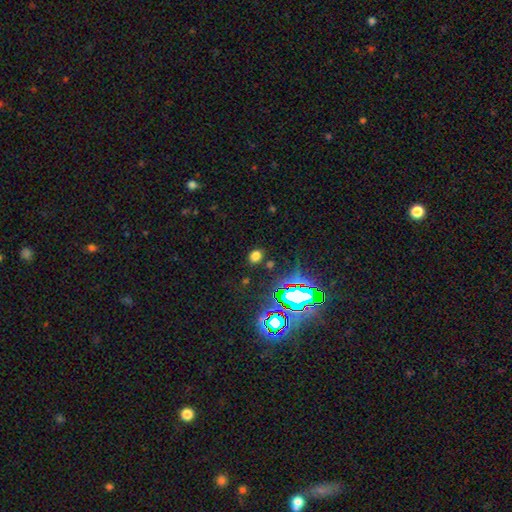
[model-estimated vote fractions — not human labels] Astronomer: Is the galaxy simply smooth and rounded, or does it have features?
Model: smooth — 65%.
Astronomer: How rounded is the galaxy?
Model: round — 51% (runner-up: in between, 48%).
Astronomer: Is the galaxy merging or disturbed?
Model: none — 86%.